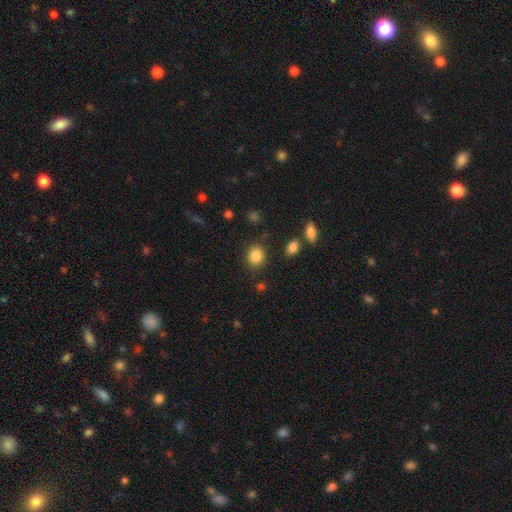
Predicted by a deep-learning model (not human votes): A smooth galaxy with no disk features (85%) that is round (73%). Merging: none (86%).